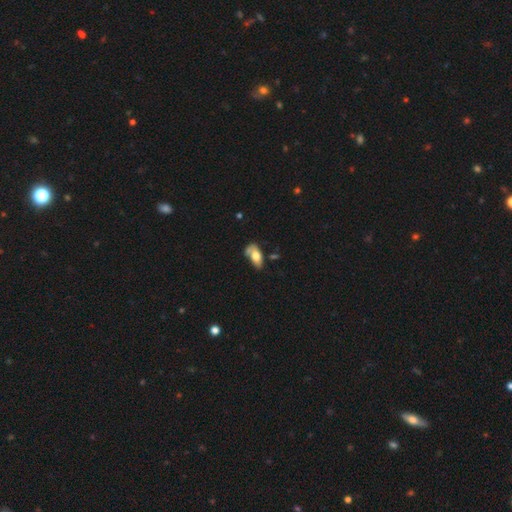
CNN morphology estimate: A smooth galaxy with no disk features (67%) that is in between round and cigar-shaped (90%).

Vote fractions:
- Smooth or featured? smooth: 67% / featured or disk: 27% / star or artifact: 7%
- How rounded? in between: 90% / cigar-shaped: 5% / round: 4%
- Merging? none: 39% / minor disturbance: 30% / major disturbance: 17% / merger: 14%